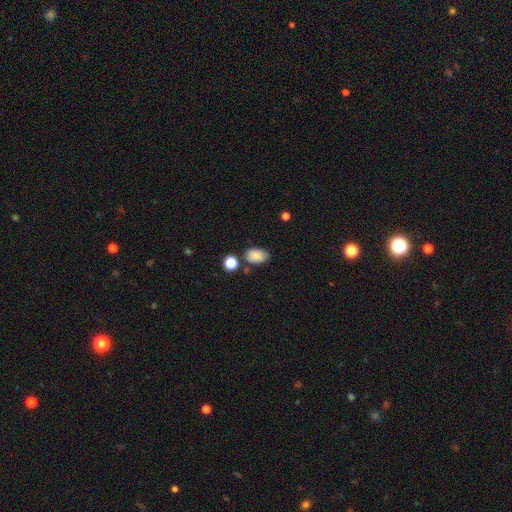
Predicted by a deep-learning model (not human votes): Smooth or featured: smooth — 84% (star or artifact — 9%)
How rounded: in between — 86% (round — 12%)
Merging: none — 68% (minor disturbance — 20%)